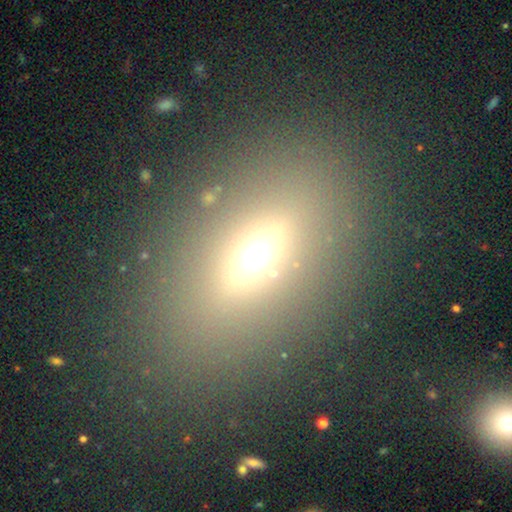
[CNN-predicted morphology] Overall: featured or disk (40%; smooth 39%). Merging: none (80%).